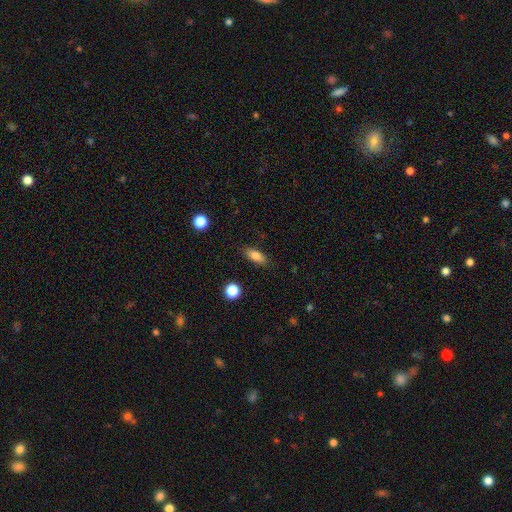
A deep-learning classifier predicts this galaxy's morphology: smooth 83%, star or artifact 9%, featured or disk 8%. Down the decision tree: how rounded — in between (74%); merging — none (86%).